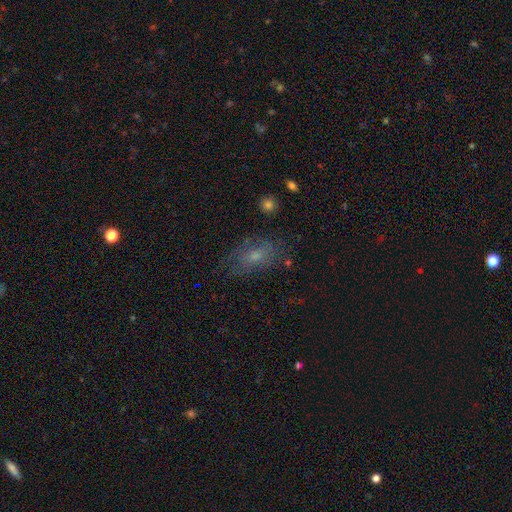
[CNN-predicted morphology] Smooth or featured?
  - smooth: 48% *
  - featured or disk: 37%
  - star or artifact: 15%
Merging?
  - none: 65% *
  - minor disturbance: 21%
  - major disturbance: 11%
  - merger: 2%